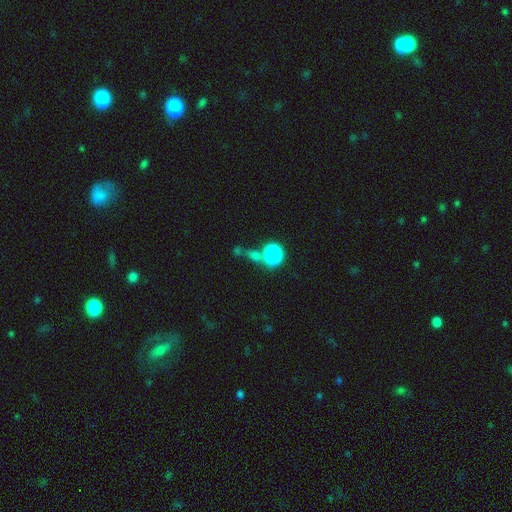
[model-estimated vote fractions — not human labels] Q: Smooth or featured?
A: smooth (57%); runner-up: star or artifact (31%)
Q: How rounded?
A: round (65%); runner-up: in between (30%)
Q: Merging?
A: none (48%); runner-up: merger (32%)